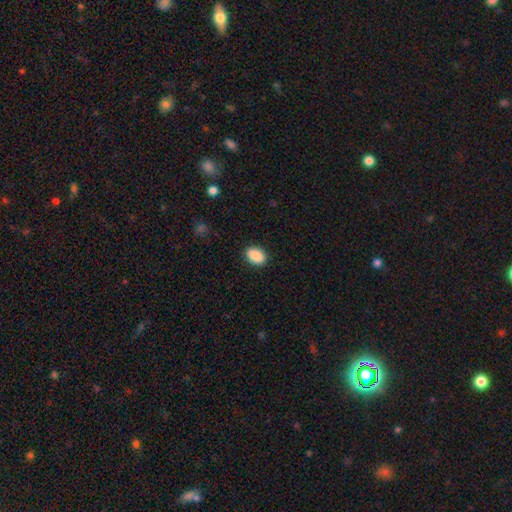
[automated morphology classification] The model was most divided on "how rounded": in between: 85%, round: 14%, cigar-shaped: 1%. More confident: smooth or featured — smooth (90%); merging — none (89%).